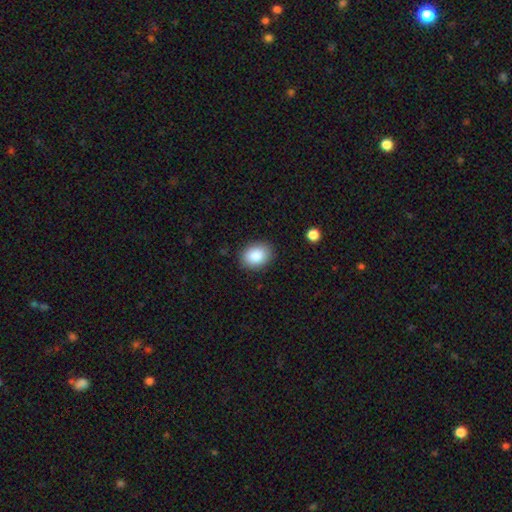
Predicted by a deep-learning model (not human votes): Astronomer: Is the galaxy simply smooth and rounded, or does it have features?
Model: smooth — 88%.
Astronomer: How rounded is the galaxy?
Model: in between — 69%.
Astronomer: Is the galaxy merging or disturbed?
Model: none — 87%.